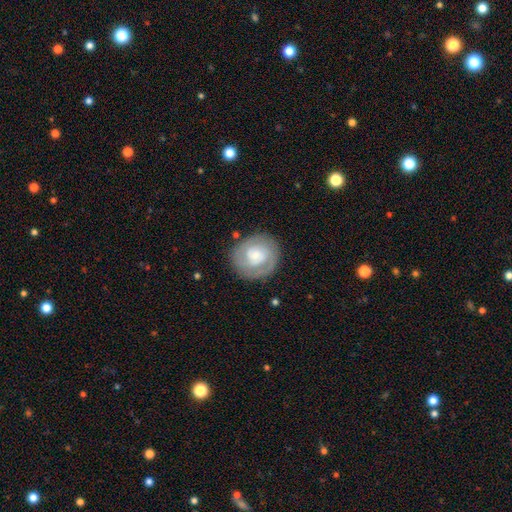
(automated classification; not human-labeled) Smooth or featured?
  - featured or disk: 67% *
  - smooth: 27%
  - star or artifact: 6%
Edge-on disk?
  - no: 98% *
  - yes: 2%
Bar?
  - no: 65% *
  - weak: 29%
  - strong: 6%
Spiral arms?
  - yes: 84% *
  - no: 16%
Spiral winding?
  - tight: 64% *
  - medium: 28%
  - loose: 9%
Spiral arm count?
  - 2: 50% *
  - can't tell: 25%
  - 1: 13%
  - 3: 8%
  - 4: 3%
  - more than 4: 3%
Bulge size?
  - small: 53% *
  - moderate: 31%
  - large: 9%
  - none: 5%
  - dominant: 2%
Merging?
  - none: 80% *
  - minor disturbance: 13%
  - major disturbance: 5%
  - merger: 2%